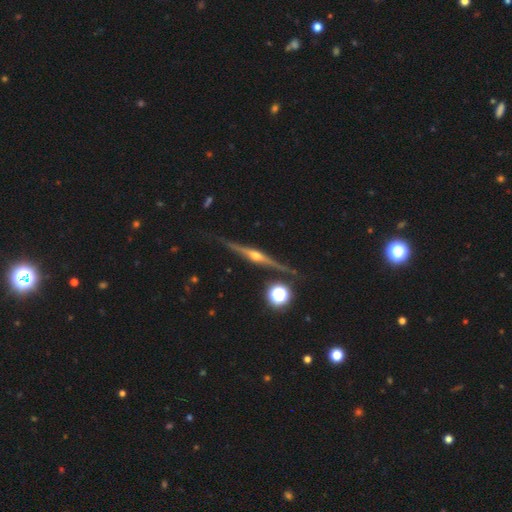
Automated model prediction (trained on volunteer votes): Overall: featured or disk (84%). Edge-on disk: yes (98%). Edge-on bulge: rounded (92%). Merging: none (87%).